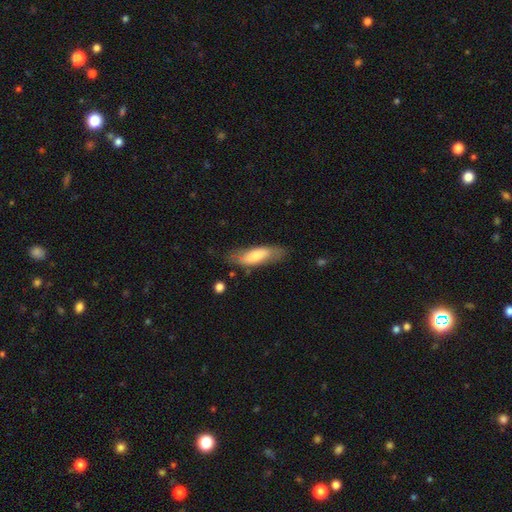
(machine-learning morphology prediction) Smooth or featured? Predicted: smooth (p=0.70). How rounded? Predicted: in between (p=0.55). Merging? Predicted: none (p=0.67).